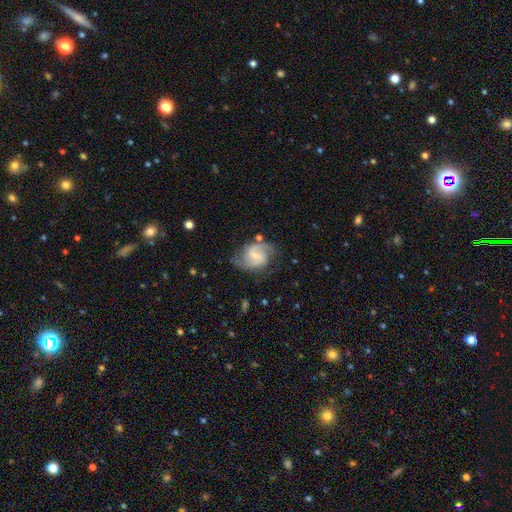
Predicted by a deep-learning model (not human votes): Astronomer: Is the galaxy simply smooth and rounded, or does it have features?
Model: featured or disk — 83%.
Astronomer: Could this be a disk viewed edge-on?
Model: no — 98%.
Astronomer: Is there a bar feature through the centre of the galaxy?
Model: weak — 55%.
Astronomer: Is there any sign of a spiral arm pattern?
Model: yes — 96%.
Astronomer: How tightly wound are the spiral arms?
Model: medium — 53%.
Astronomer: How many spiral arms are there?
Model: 2 — 86%.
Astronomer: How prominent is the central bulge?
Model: small — 62%.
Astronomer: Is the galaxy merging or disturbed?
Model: none — 68%.